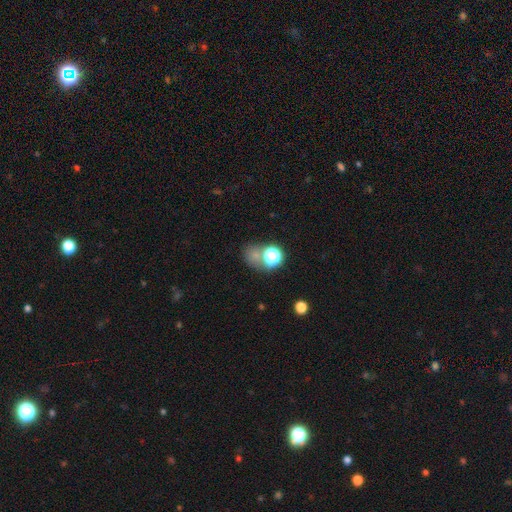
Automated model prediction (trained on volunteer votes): Morphology: type=smooth (58%); roundness=round (67%); merging=none (49%).